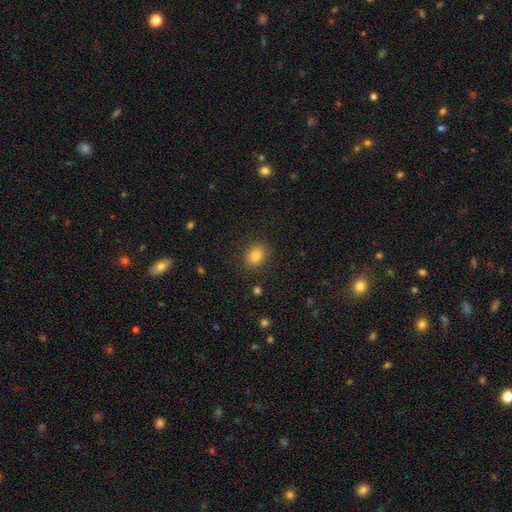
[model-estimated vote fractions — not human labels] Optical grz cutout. It shows a smooth galaxy with no disk features (83%) that is in between round and cigar-shaped (56%). Merging: none (87%).